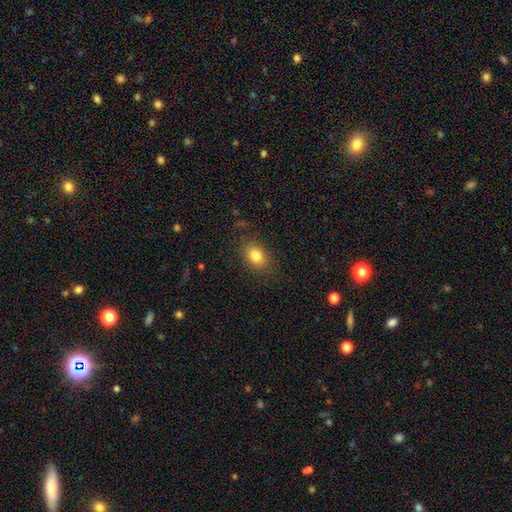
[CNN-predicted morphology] A smooth galaxy with no disk features (82%) that is in between round and cigar-shaped (74%).

Vote fractions:
- Smooth or featured? smooth: 82% / star or artifact: 10% / featured or disk: 8%
- How rounded? in between: 74% / round: 25% / cigar-shaped: 1%
- Merging? none: 83% / minor disturbance: 11% / major disturbance: 4% / merger: 1%